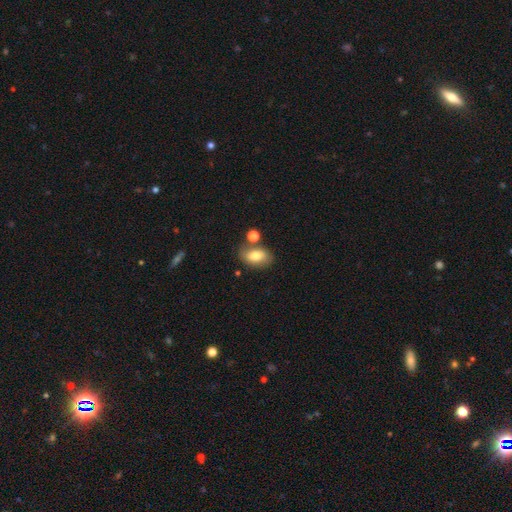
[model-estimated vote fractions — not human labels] A smooth galaxy with no disk features (75%) that is in between round and cigar-shaped (86%).

Vote fractions:
- Smooth or featured? smooth: 75% / featured or disk: 17% / star or artifact: 9%
- How rounded? in between: 86% / round: 12% / cigar-shaped: 2%
- Merging? none: 71% / minor disturbance: 13% / merger: 12% / major disturbance: 4%